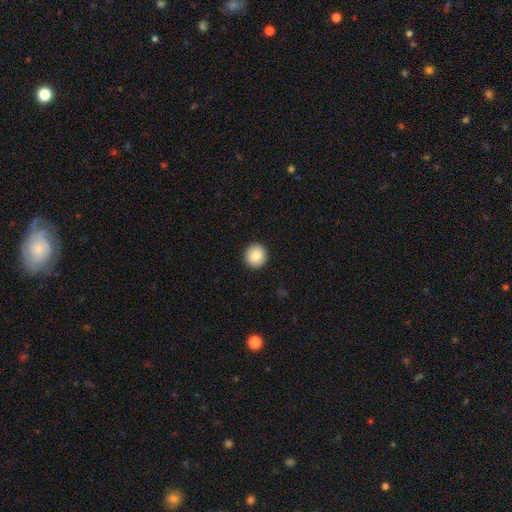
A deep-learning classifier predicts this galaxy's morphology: This appears to be a smooth galaxy with no disk features (84%) that is round (94%). Merging: none (93%).